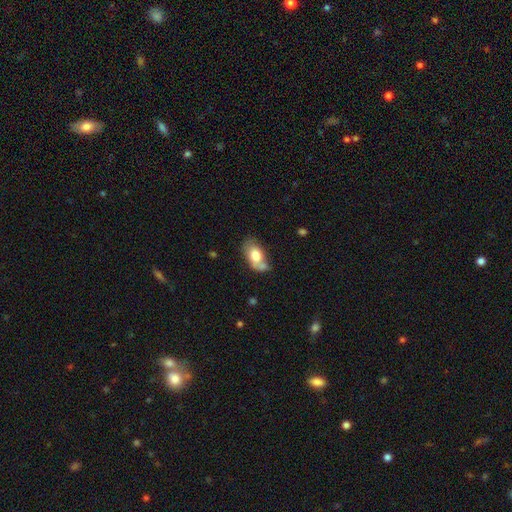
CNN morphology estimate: The model was most divided on "merging": none: 43%, minor disturbance: 30%, merger: 16%, major disturbance: 12%. More confident: how rounded — in between (88%); smooth or featured — smooth (72%).